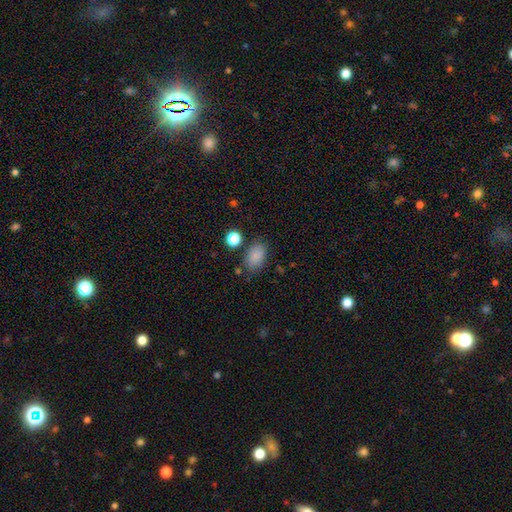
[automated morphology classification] Smooth or featured? smooth (84%)
How rounded? in between (86%)
Merging? none (75%)